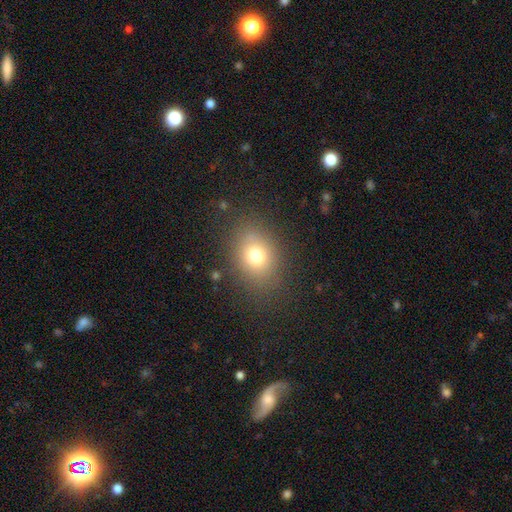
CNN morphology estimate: This appears to be a smooth galaxy with no disk features (73%) that is in between round and cigar-shaped (62%). Merging: none (81%).